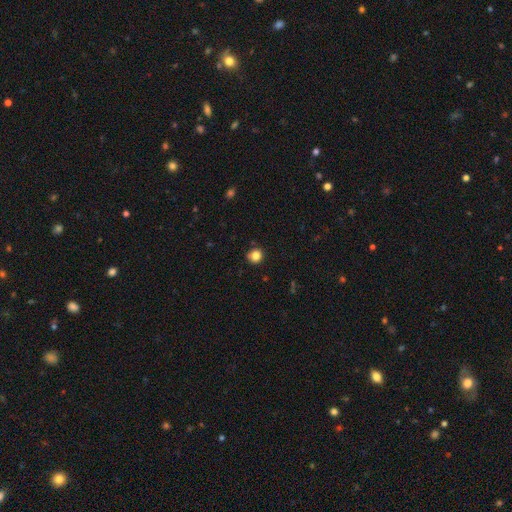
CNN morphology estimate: smooth 83%, star or artifact 12%, featured or disk 6%. Down the decision tree: how rounded — round (89%); merging — none (85%).